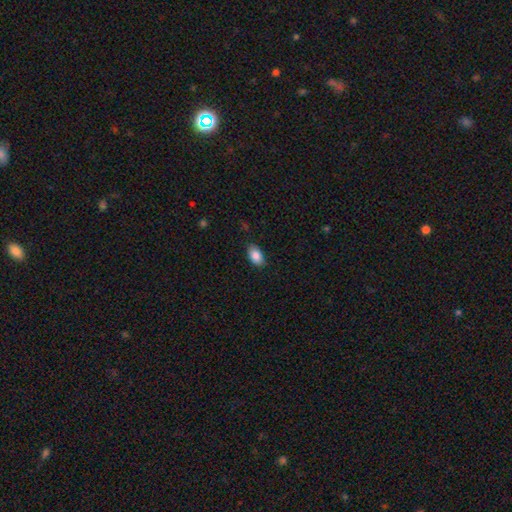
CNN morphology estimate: Smooth or featured?
  - smooth: 87% *
  - star or artifact: 7%
  - featured or disk: 5%
How rounded?
  - in between: 91% *
  - round: 7%
  - cigar-shaped: 2%
Merging?
  - none: 83% *
  - minor disturbance: 13%
  - major disturbance: 3%
  - merger: 1%